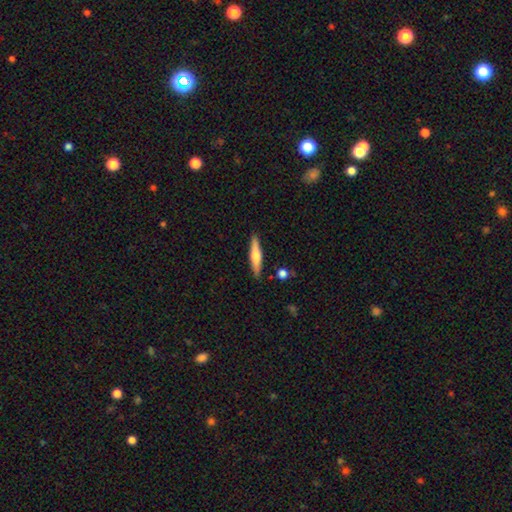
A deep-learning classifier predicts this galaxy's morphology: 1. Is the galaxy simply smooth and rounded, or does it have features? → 54% smooth, 41% featured or disk, 6% star or artifact.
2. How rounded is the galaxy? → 85% cigar-shaped, 14% in between, 2% round.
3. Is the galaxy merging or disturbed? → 88% none, 8% minor disturbance, 2% merger, 2% major disturbance.